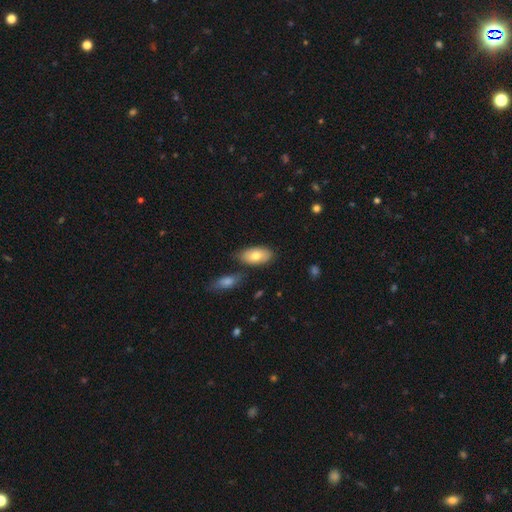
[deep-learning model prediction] Smooth or featured? Predicted: smooth (p=0.74). How rounded? Predicted: in between (p=0.93). Merging? Predicted: none (p=0.73).